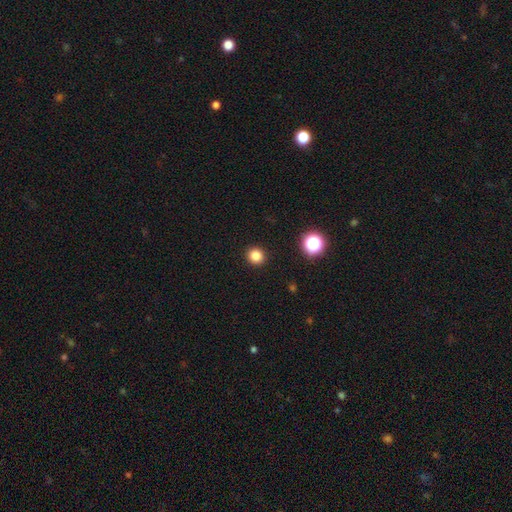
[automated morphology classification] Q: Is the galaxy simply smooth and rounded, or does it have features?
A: smooth — 82%.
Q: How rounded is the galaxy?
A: round — 91%.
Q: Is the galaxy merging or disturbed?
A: none — 93%.